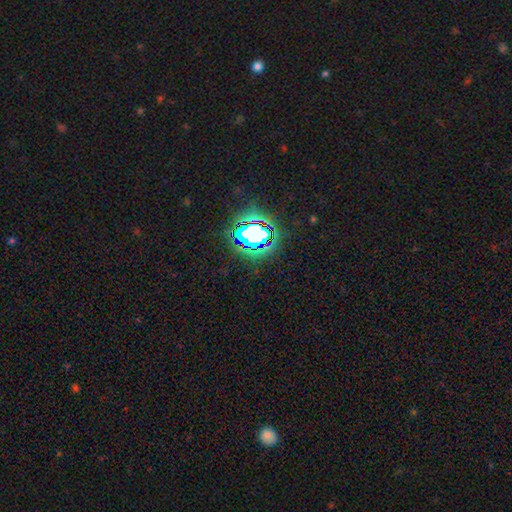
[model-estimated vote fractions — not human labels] A star or artifact, not a galaxy (79%).